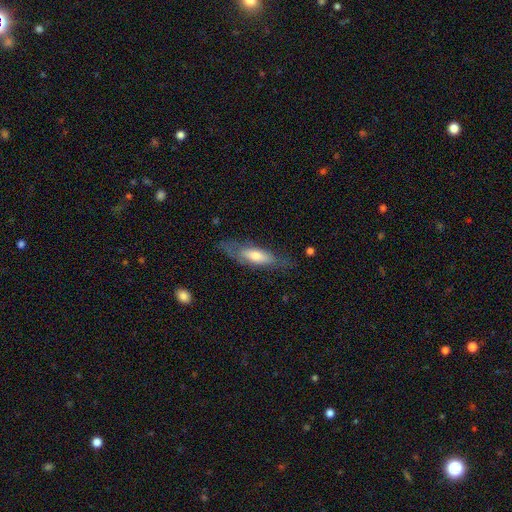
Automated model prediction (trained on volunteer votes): A smooth galaxy with no disk features (53%) that is cigar-shaped (53%).

Vote fractions:
- Smooth or featured? smooth: 53% / featured or disk: 41% / star or artifact: 6%
- How rounded? cigar-shaped: 53% / in between: 45% / round: 2%
- Merging? none: 65% / minor disturbance: 22% / major disturbance: 11% / merger: 2%